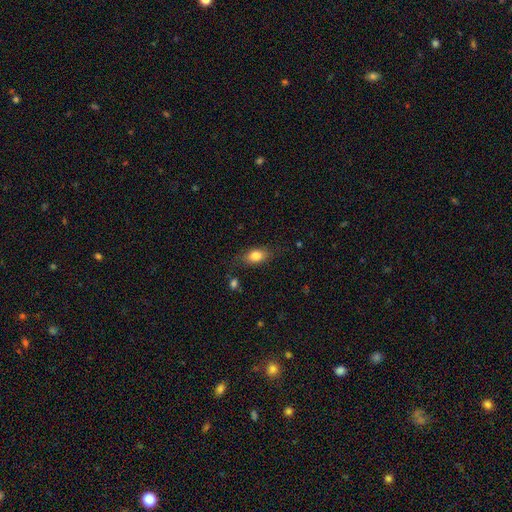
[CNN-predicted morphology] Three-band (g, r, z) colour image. It shows a smooth galaxy with no disk features (80%) that is in between round and cigar-shaped (82%). Merging: none (77%).